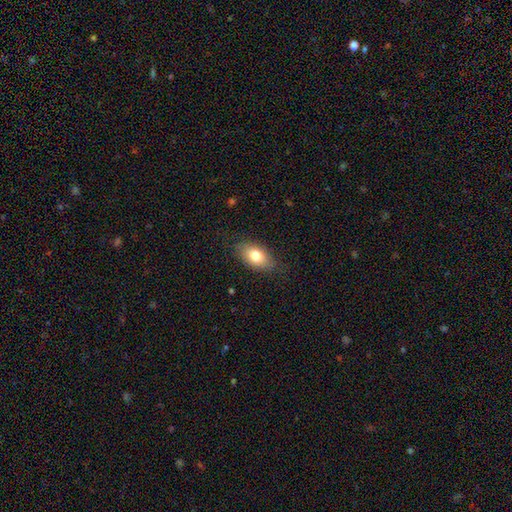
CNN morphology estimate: Q: Smooth or featured?
A: smooth (77%); runner-up: featured or disk (16%)
Q: How rounded?
A: in between (90%); runner-up: round (7%)
Q: Merging?
A: none (81%); runner-up: minor disturbance (15%)